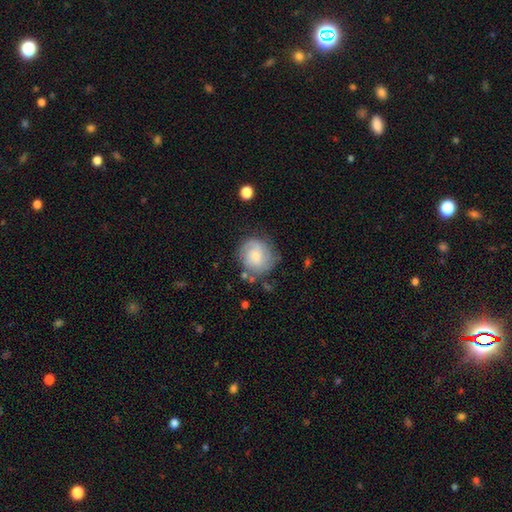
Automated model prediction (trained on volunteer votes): A featured or disk galaxy (46%, tied with smooth). Merging: none (70%).